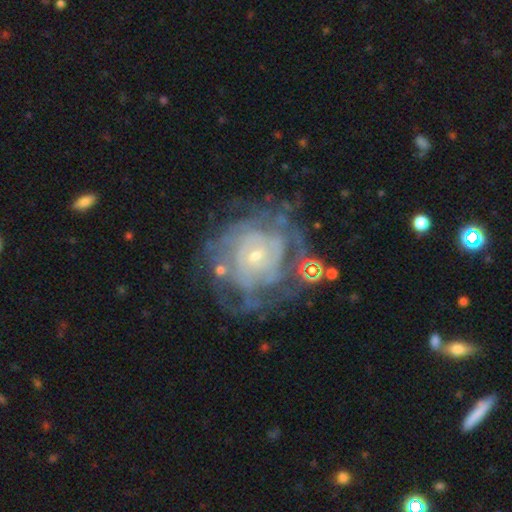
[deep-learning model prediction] This is likely a featured or disk galaxy (79%). It is clearly not viewed edge-on (97%). Bar: likely no (75%). Spiral arm pattern: likely yes (77%). Spiral arm count: possibly can't tell (56%). Spiral winding: likely tight (69%). Central bulge: likely small (78%). Merging: possibly none (59%).